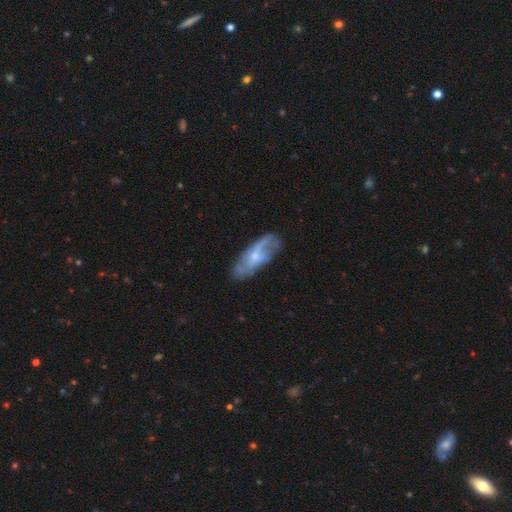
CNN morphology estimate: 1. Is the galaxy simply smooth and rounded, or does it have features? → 61% featured or disk, 32% smooth, 7% star or artifact.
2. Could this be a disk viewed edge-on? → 84% no, 16% yes.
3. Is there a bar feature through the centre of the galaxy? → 60% no, 33% weak, 7% strong.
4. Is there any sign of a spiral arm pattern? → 72% yes, 28% no.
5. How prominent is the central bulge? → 60% small, 32% moderate, 6% none, 2% large, 1% dominant.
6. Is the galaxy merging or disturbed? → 66% none, 23% minor disturbance, 9% major disturbance, 2% merger.